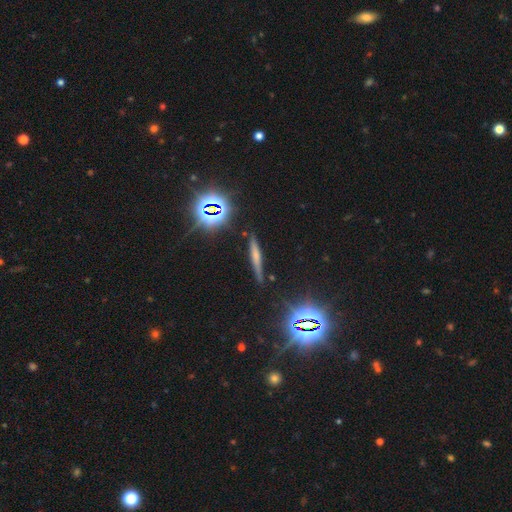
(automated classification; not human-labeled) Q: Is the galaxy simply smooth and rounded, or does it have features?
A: smooth — 43%.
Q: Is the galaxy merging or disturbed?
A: none — 82%.